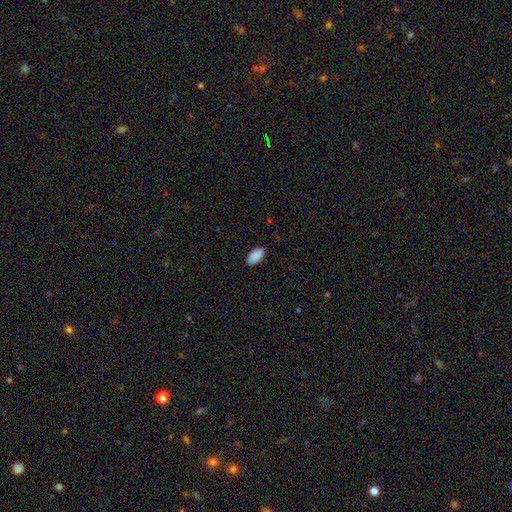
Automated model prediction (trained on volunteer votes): Smooth or featured? smooth (90%)
How rounded? in between (95%)
Merging? none (87%)